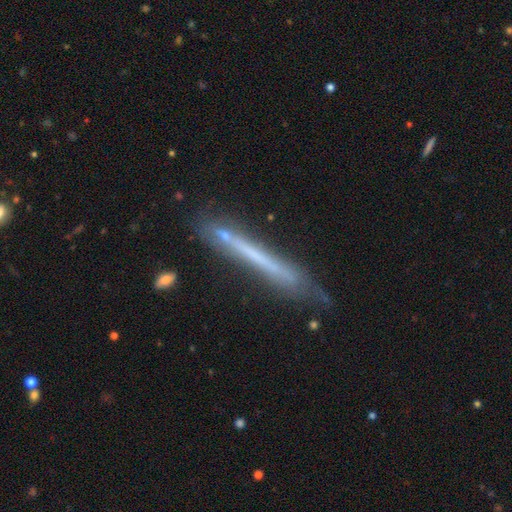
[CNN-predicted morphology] type=featured or disk (50%); edge-on=yes (91%); merging=none (70%).